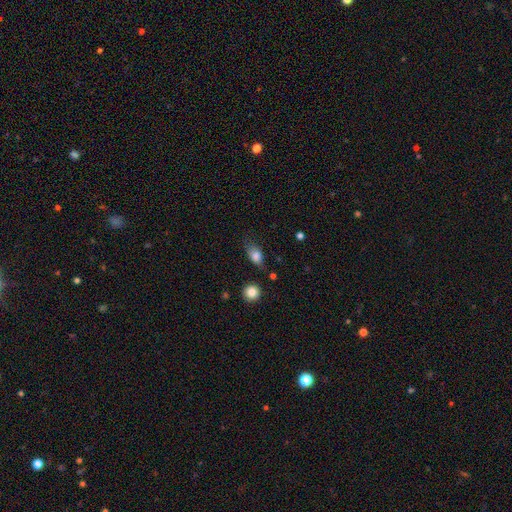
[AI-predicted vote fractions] Morphology: type=smooth (81%); roundness=in between (78%); merging=none (57%).